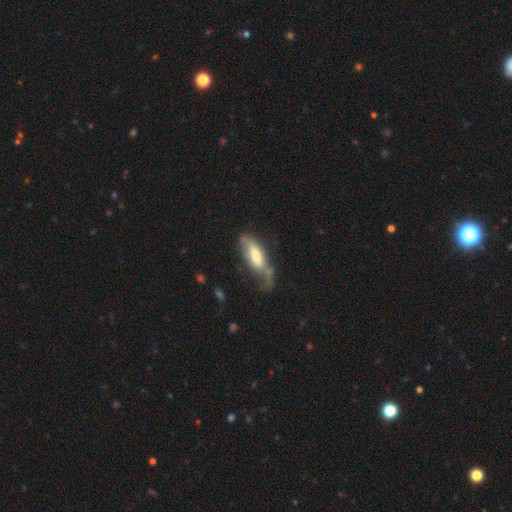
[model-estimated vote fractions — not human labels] smooth_or_featured: smooth (p=0.59) [alt: featured or disk p=0.34]
how_rounded: in between (p=0.64) [alt: cigar-shaped p=0.34]
merging: minor disturbance (p=0.32) [alt: none p=0.31]